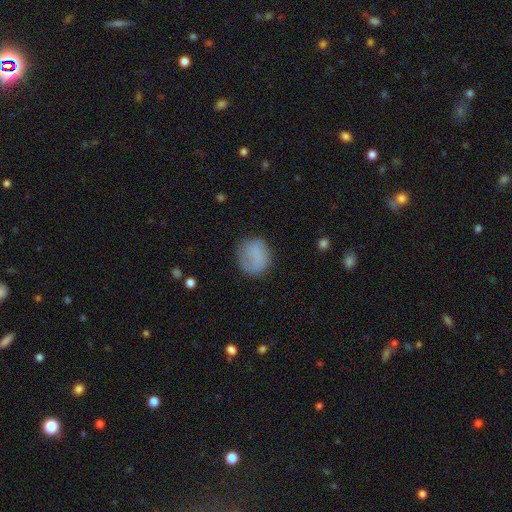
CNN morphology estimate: Smooth or featured? Predicted: smooth (p=0.81). How rounded? Predicted: round (p=0.81). Merging? Predicted: none (p=0.75).